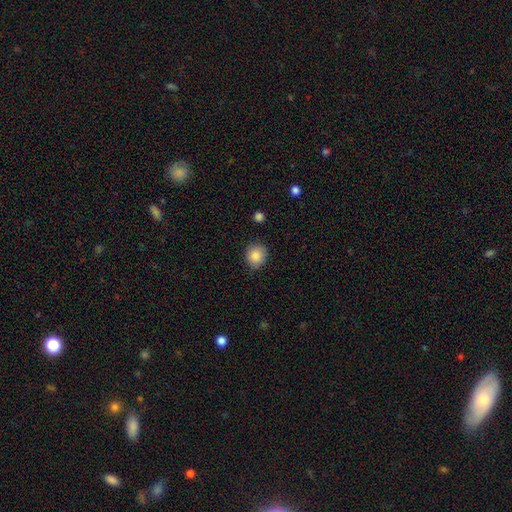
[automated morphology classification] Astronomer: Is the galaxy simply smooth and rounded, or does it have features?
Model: smooth — 86%.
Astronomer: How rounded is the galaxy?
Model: round — 83%.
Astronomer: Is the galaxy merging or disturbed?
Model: none — 86%.